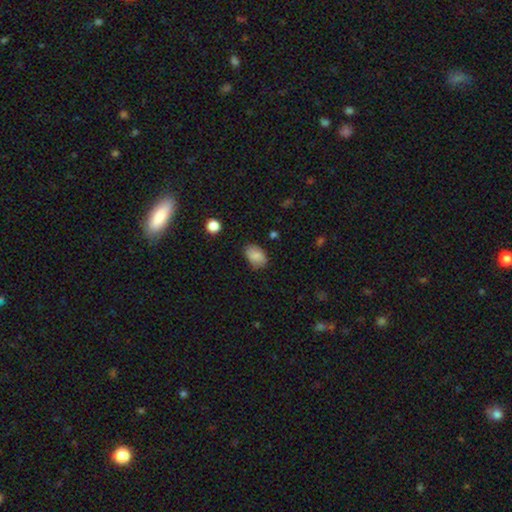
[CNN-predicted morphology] The model was most divided on "merging": none: 76%, minor disturbance: 19%, major disturbance: 4%, merger: 2%. More confident: how rounded — in between (84%); smooth or featured — smooth (82%).